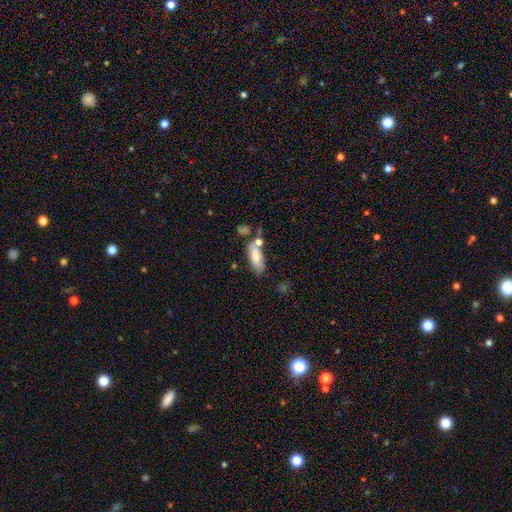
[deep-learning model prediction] smooth-or-featured: smooth: 76% | featured or disk: 16% | star or artifact: 7%
  how-rounded: in between: 71% | cigar-shaped: 27% | round: 2%
  merging: none: 52% | merger: 21% | minor disturbance: 20% | major disturbance: 7%